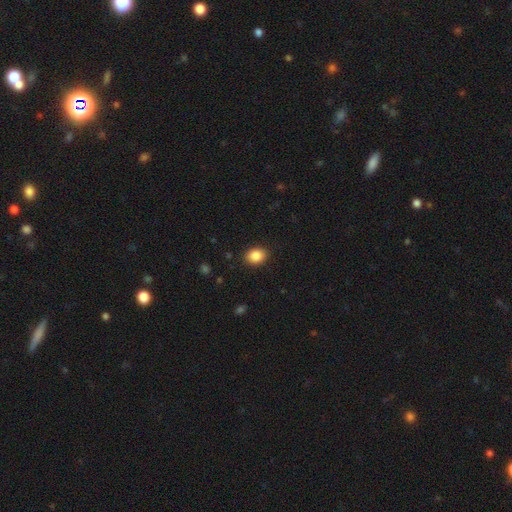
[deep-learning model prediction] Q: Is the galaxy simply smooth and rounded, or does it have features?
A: smooth — 87%.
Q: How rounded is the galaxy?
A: in between — 60%.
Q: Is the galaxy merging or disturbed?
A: none — 88%.